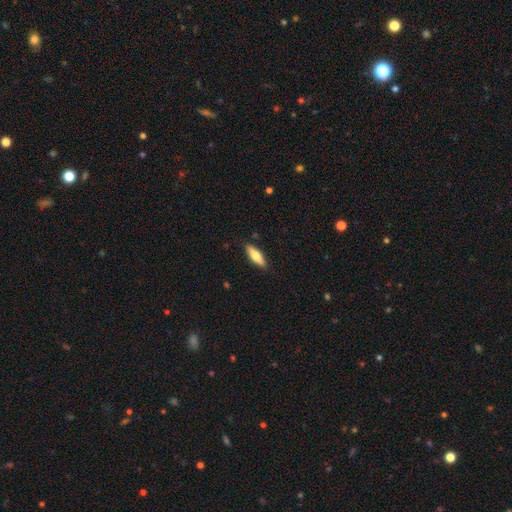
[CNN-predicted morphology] This is likely a smooth galaxy (64%). How rounded: possibly cigar-shaped (50%). Merging: clearly none (88%).